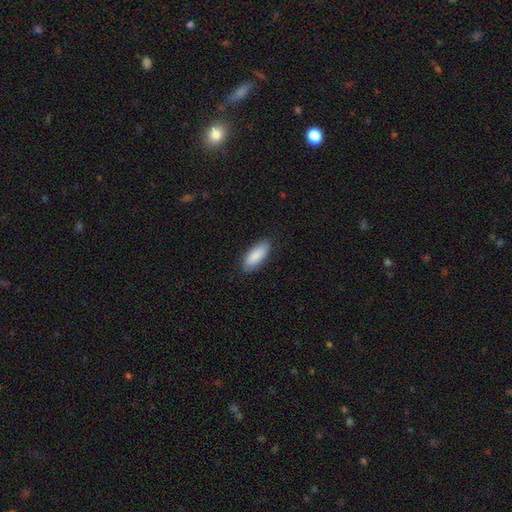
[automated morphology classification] Smooth or featured? Predicted: smooth (p=0.87). How rounded? Predicted: in between (p=0.82). Merging? Predicted: none (p=0.86).